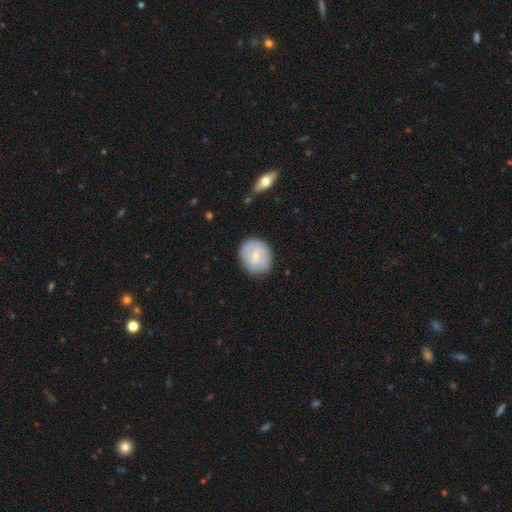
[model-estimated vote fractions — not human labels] The model was most divided on "smooth or featured": smooth: 51%, featured or disk: 42%, star or artifact: 6%. More confident: merging — none (80%); how rounded — round (71%).